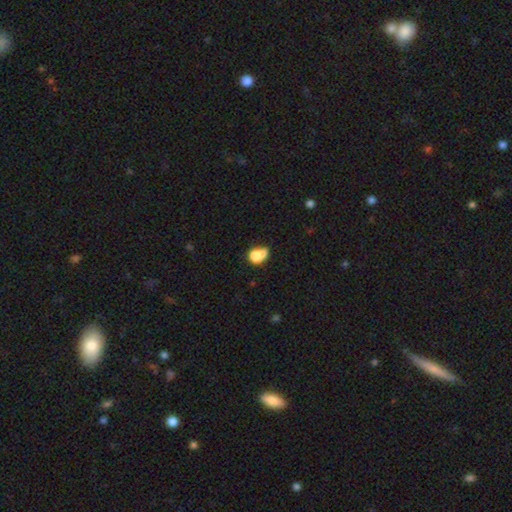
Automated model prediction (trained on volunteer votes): smooth-or-featured: smooth: 72% | featured or disk: 17% | star or artifact: 11%
  how-rounded: round: 56% | in between: 42% | cigar-shaped: 2%
  merging: merger: 45% | none: 29% | minor disturbance: 14% | major disturbance: 11%